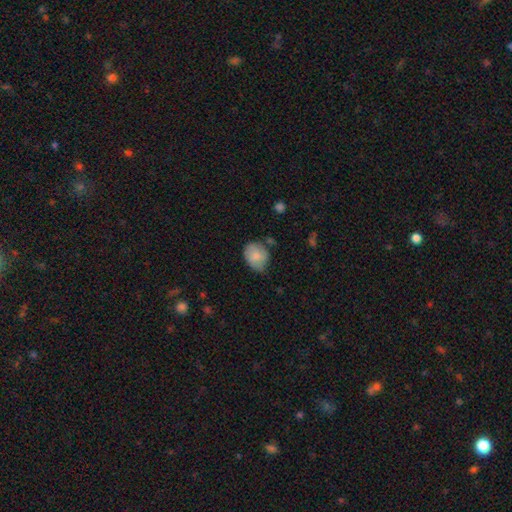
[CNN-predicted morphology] Smooth or featured? Predicted: smooth (p=0.81). How rounded? Predicted: round (p=0.50). Merging? Predicted: none (p=0.60).